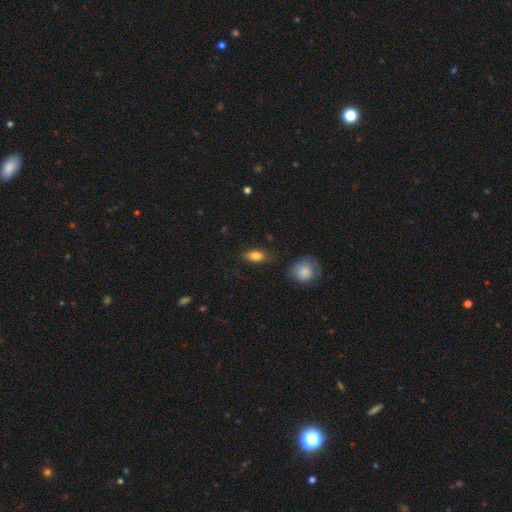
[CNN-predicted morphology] Overall: smooth (82%). How rounded: in between (87%). Merging: none (79%).